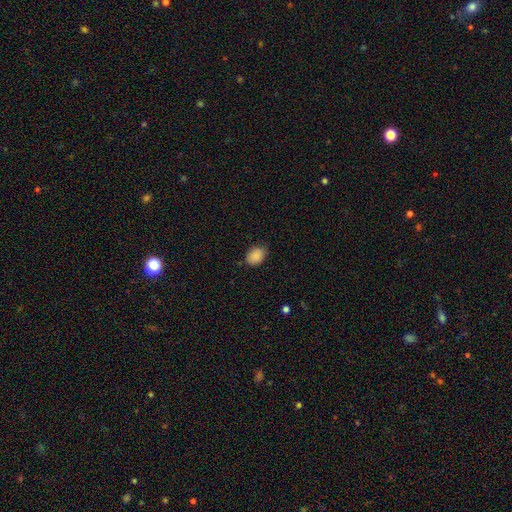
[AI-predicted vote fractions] A smooth galaxy with no disk features (88%) that is in between round and cigar-shaped (67%).

Vote fractions:
- Smooth or featured? smooth: 88% / star or artifact: 8% / featured or disk: 3%
- How rounded? in between: 67% / round: 32% / cigar-shaped: 1%
- Merging? none: 76% / minor disturbance: 20% / major disturbance: 3% / merger: 1%